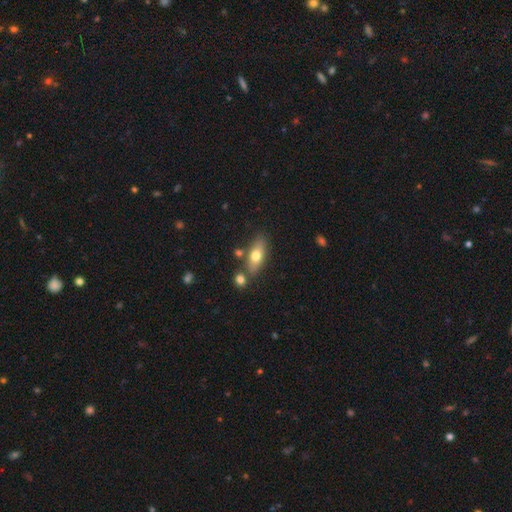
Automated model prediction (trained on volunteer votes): Smooth or featured?
  - smooth: 67% *
  - featured or disk: 26%
  - star or artifact: 7%
How rounded?
  - in between: 73% *
  - cigar-shaped: 23%
  - round: 4%
Merging?
  - none: 73% *
  - minor disturbance: 12%
  - merger: 11%
  - major disturbance: 3%